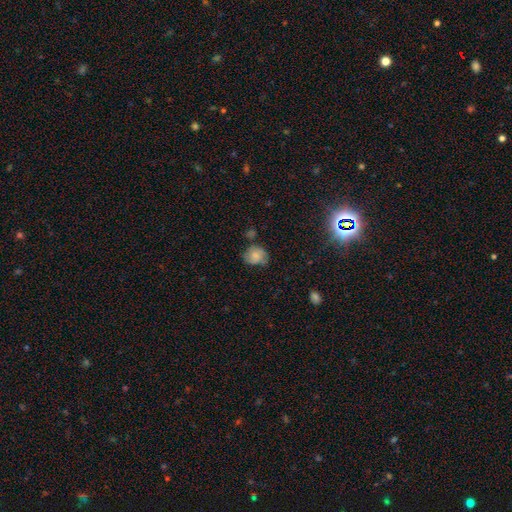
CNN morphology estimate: Smooth or featured?
  - smooth: 61% *
  - featured or disk: 29%
  - star or artifact: 10%
How rounded?
  - round: 59% *
  - in between: 40%
  - cigar-shaped: 1%
Merging?
  - none: 54% *
  - minor disturbance: 30%
  - major disturbance: 10%
  - merger: 6%